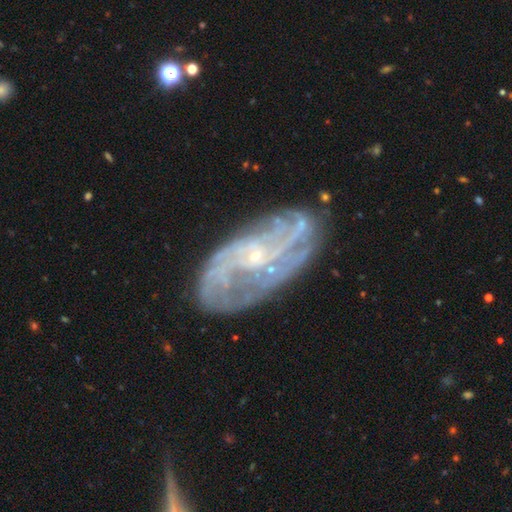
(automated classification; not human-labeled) Smooth or featured: featured or disk — 83% (smooth — 9%)
Edge-on disk: no — 94% (yes — 6%)
Bar: no — 67% (weak — 27%)
Spiral arms: yes — 91% (no — 9%)
Spiral winding: tight — 52% (medium — 34%)
Spiral arm count: can't tell — 38% (4 — 16%)
Bulge size: small — 83% (moderate — 11%)
Merging: none — 72% (minor disturbance — 17%)